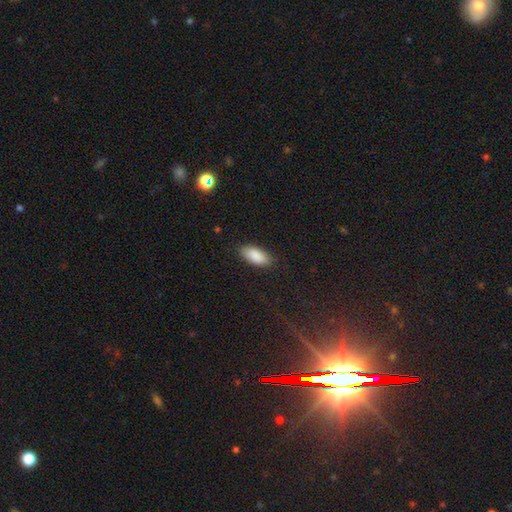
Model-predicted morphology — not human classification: A smooth galaxy with no disk features (89%) that is in between round and cigar-shaped (88%). Merging: none (85%).